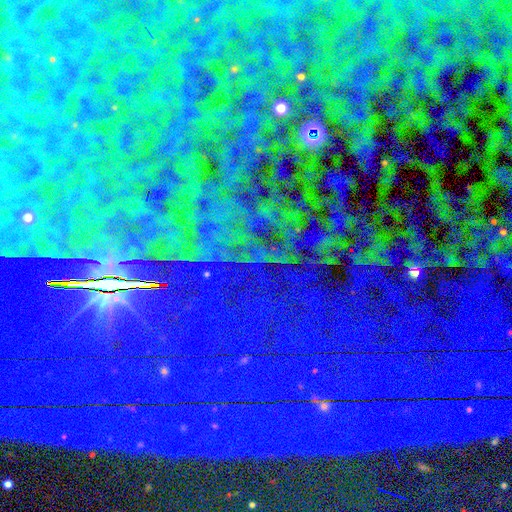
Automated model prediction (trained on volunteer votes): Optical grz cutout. It shows a star or artifact, not a galaxy (84%).